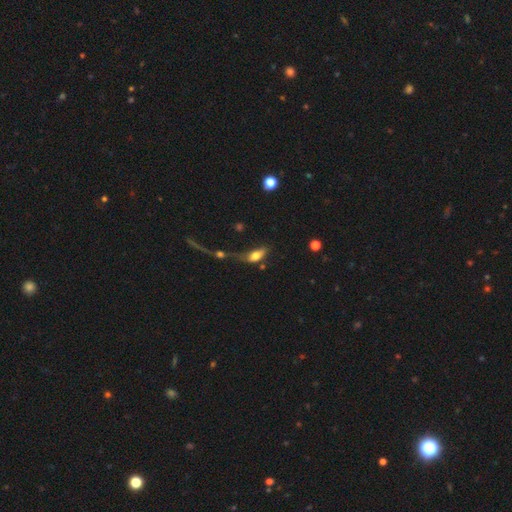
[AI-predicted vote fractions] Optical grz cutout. It shows a smooth galaxy with no disk features (65%) that is in between round and cigar-shaped (80%). Merging: merger (29%).